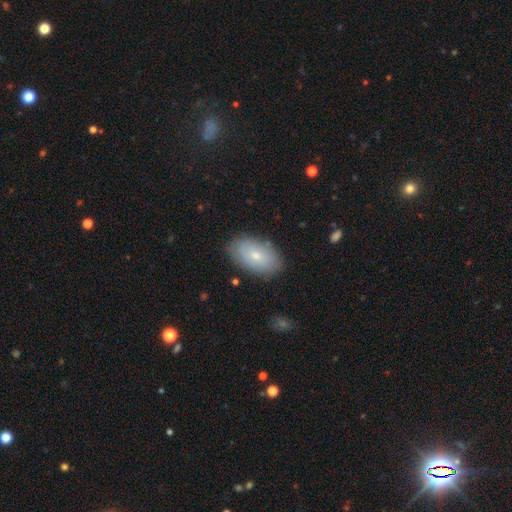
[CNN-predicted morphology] This appears to be a smooth galaxy with no disk features (73%) that is in between round and cigar-shaped (94%). Merging: none (84%).